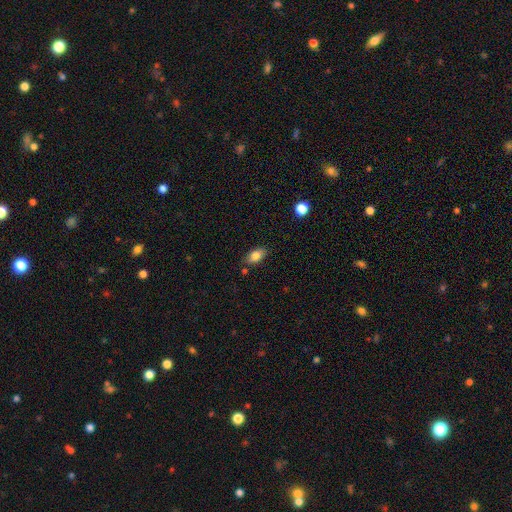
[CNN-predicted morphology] This appears to be a smooth galaxy with no disk features (82%) that is in between round and cigar-shaped (90%). Merging: none (80%).